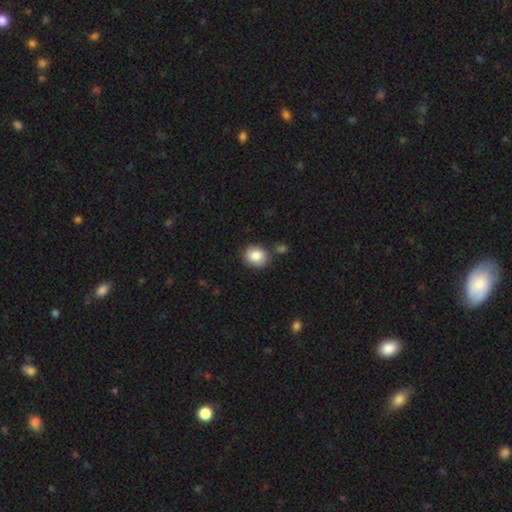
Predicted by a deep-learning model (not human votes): smooth-or-featured: smooth: 85% | star or artifact: 8% | featured or disk: 7%
  how-rounded: round: 62% | in between: 37% | cigar-shaped: 1%
  merging: none: 78% | minor disturbance: 12% | merger: 7% | major disturbance: 3%